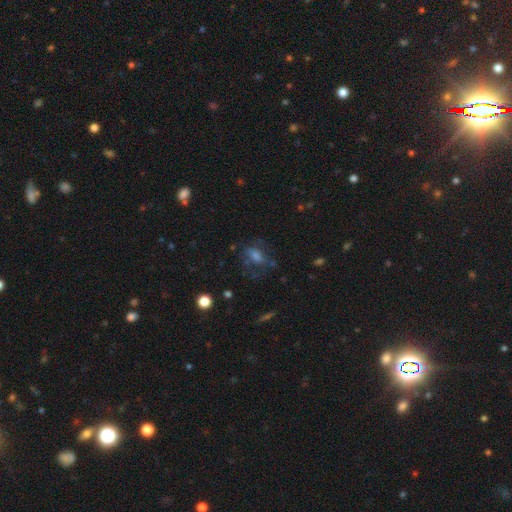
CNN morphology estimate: type=smooth (41%); merging=none (56%).